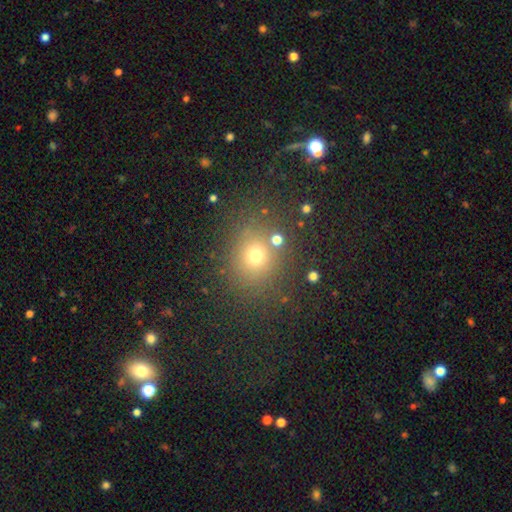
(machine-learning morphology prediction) smooth 68%, star or artifact 23%, featured or disk 10%. Down the decision tree: how rounded — round (75%); merging — none (79%).